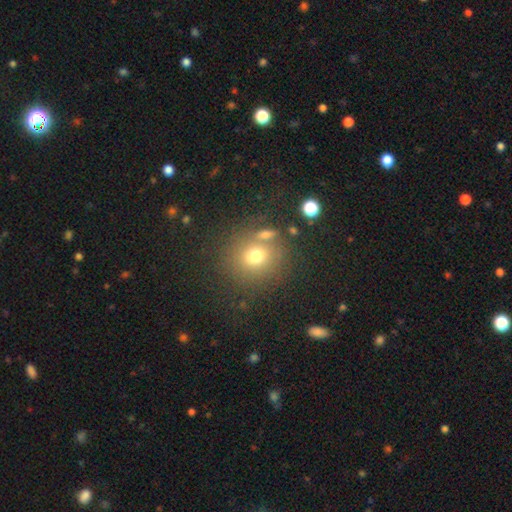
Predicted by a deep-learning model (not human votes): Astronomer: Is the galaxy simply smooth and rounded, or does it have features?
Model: smooth — 70%.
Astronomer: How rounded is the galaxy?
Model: round — 81%.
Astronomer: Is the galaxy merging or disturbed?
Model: none — 69%.